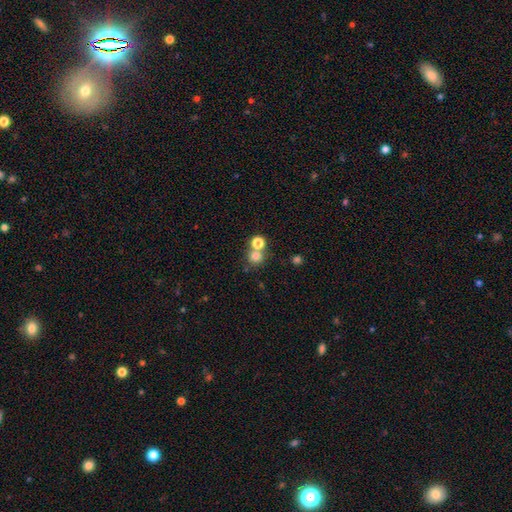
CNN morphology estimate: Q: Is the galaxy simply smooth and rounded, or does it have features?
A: smooth — 76%.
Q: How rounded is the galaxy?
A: round — 90%.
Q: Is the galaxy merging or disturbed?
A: none — 57%.